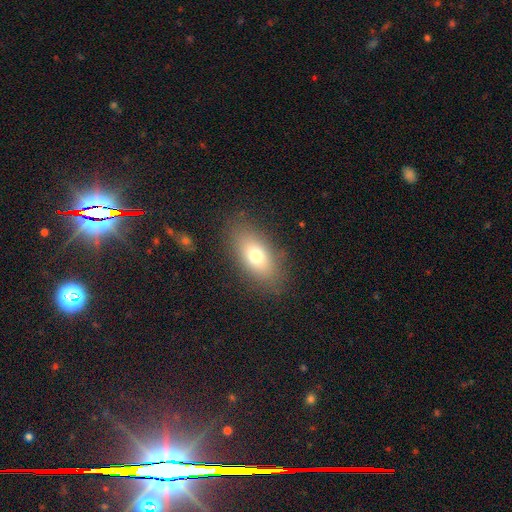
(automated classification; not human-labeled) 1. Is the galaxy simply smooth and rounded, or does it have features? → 72% smooth, 18% featured or disk, 10% star or artifact.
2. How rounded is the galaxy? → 85% in between, 7% round, 7% cigar-shaped.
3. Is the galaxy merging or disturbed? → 84% none, 10% minor disturbance, 4% major disturbance, 1% merger.